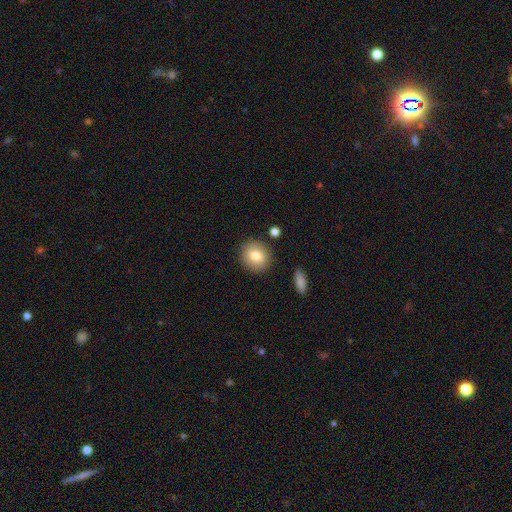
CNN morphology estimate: smooth 81%, featured or disk 11%, star or artifact 8%. Down the decision tree: how rounded — round (76%); merging — none (86%).